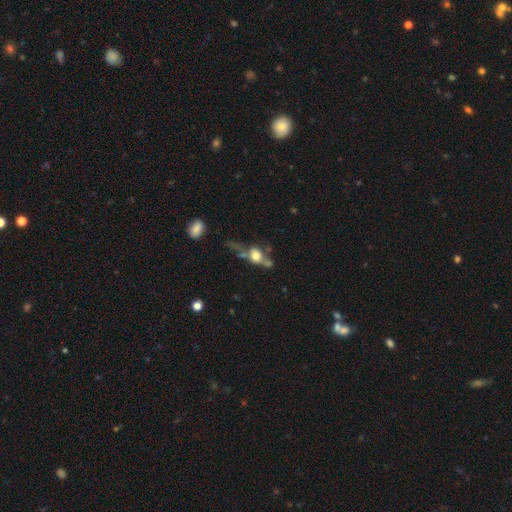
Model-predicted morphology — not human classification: This is possibly a smooth galaxy (47%). Merging: marginally none (30%).